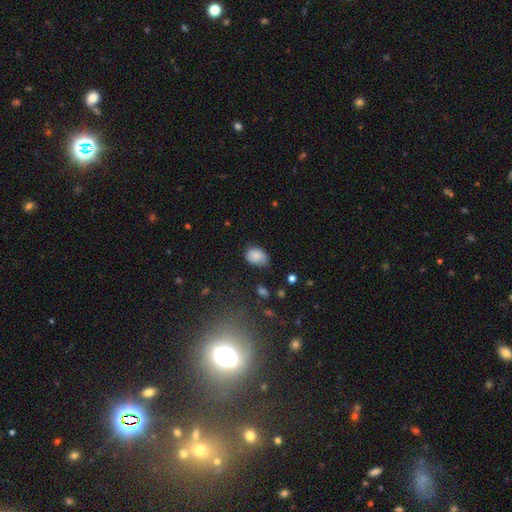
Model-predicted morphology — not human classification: A smooth galaxy with no disk features (82%) that is in between round and cigar-shaped (77%).

Vote fractions:
- Smooth or featured? smooth: 82% / featured or disk: 9% / star or artifact: 8%
- How rounded? in between: 77% / round: 22% / cigar-shaped: 1%
- Merging? none: 60% / minor disturbance: 33% / major disturbance: 6% / merger: 2%